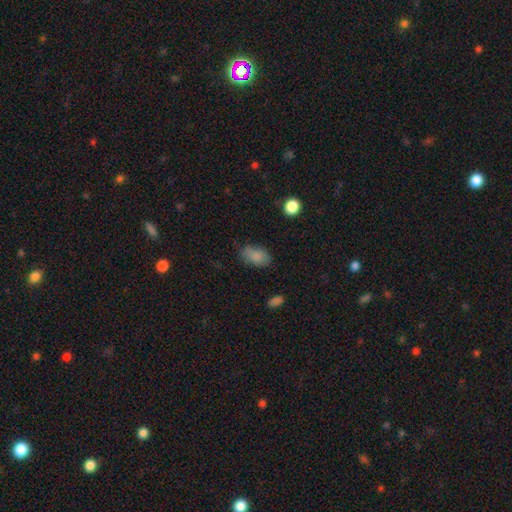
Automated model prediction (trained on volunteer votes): Overall: smooth (85%). How rounded: in between (91%). Merging: none (73%).